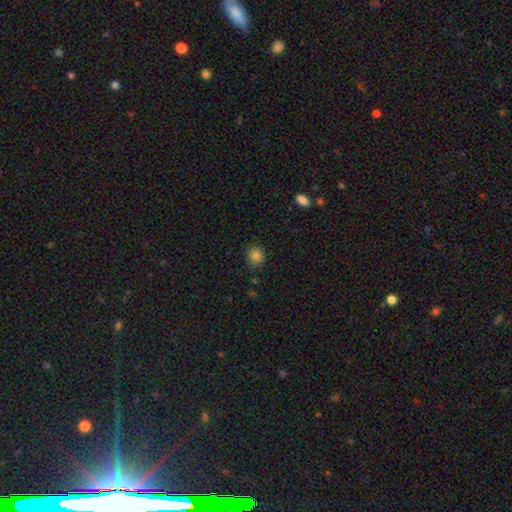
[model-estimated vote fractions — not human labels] Smooth or featured? Predicted: smooth (p=0.83). How rounded? Predicted: round (p=0.87). Merging? Predicted: none (p=0.87).